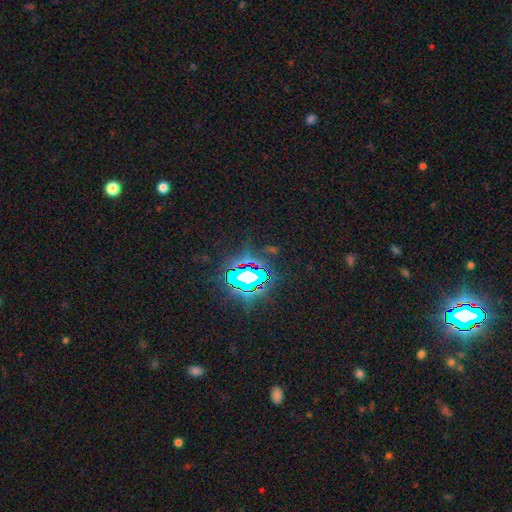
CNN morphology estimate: type=star or artifact (84%).